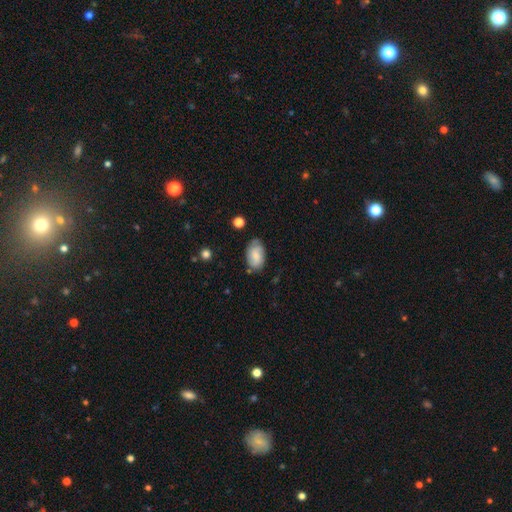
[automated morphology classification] A smooth galaxy with no disk features (62%) that is in between round and cigar-shaped (91%).

Vote fractions:
- Smooth or featured? smooth: 62% / featured or disk: 30% / star or artifact: 8%
- How rounded? in between: 91% / round: 8% / cigar-shaped: 2%
- Merging? none: 70% / minor disturbance: 23% / major disturbance: 5% / merger: 2%